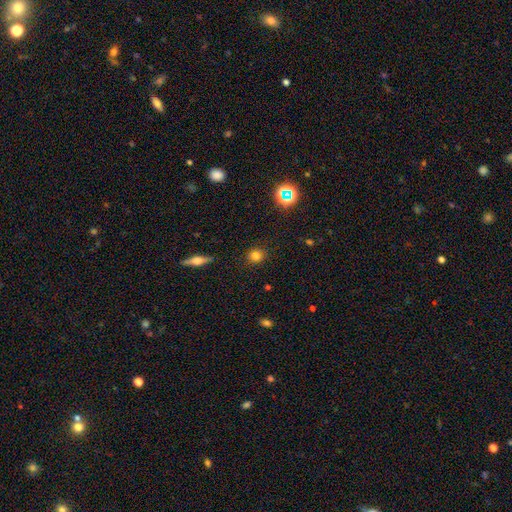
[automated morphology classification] Smooth or featured: smooth — 78% (star or artifact — 14%)
How rounded: round — 87% (in between — 12%)
Merging: none — 89% (minor disturbance — 7%)